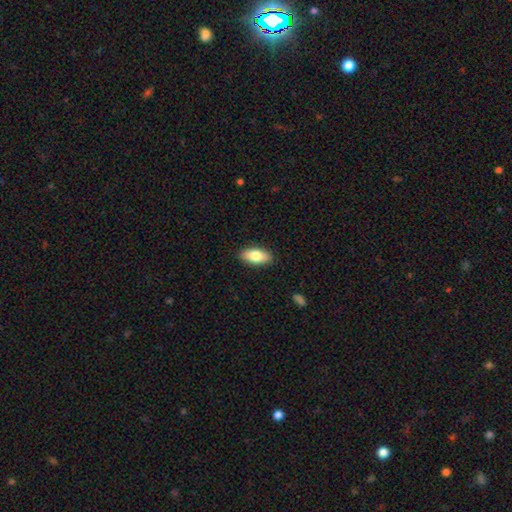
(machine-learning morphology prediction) Q: Smooth or featured?
A: smooth (79%); runner-up: featured or disk (14%)
Q: How rounded?
A: in between (89%); runner-up: cigar-shaped (8%)
Q: Merging?
A: none (89%); runner-up: minor disturbance (8%)